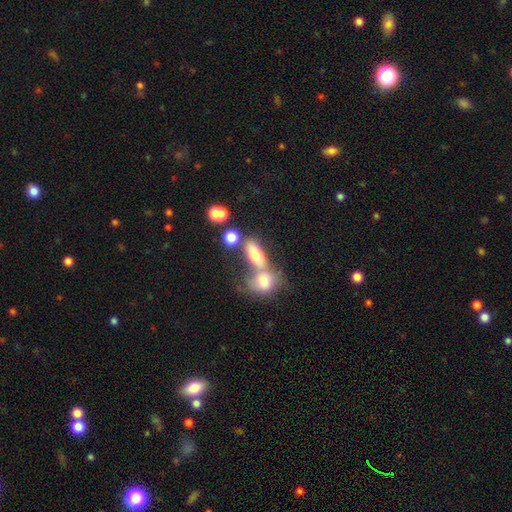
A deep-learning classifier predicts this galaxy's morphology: This is likely a smooth galaxy (72%). How rounded: likely in between (71%). Merging: possibly merger (48%).